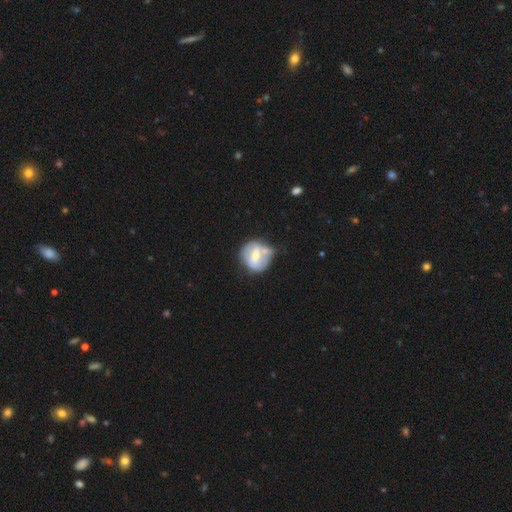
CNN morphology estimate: type=featured or disk (48%); merging=none (42%).